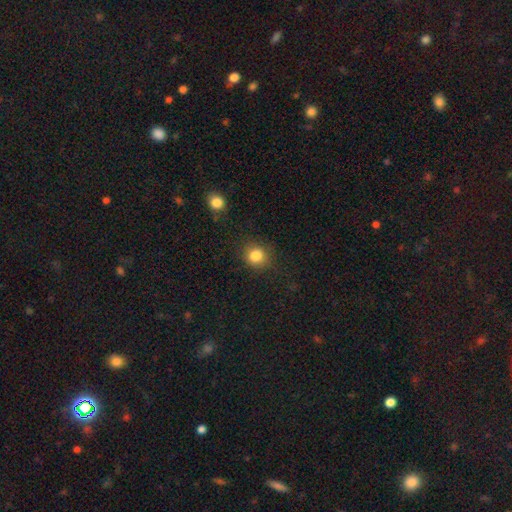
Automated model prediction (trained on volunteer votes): Overall: smooth (84%). How rounded: round (83%). Merging: none (83%).